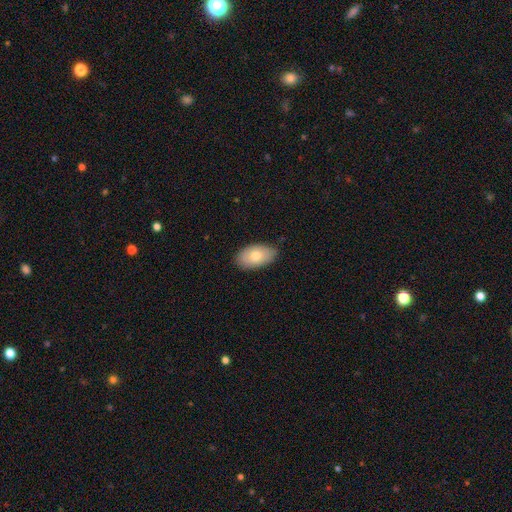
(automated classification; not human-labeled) This appears to be a smooth galaxy with no disk features (76%) that is in between round and cigar-shaped (93%). Merging: none (81%).